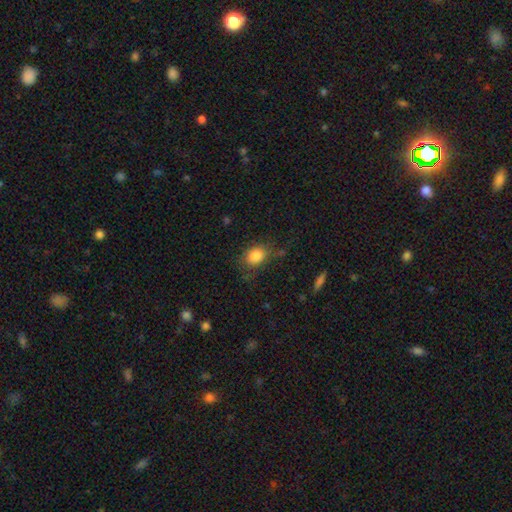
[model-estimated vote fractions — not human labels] A smooth galaxy with no disk features (83%) that is in between round and cigar-shaped (63%). Merging: none (69%).